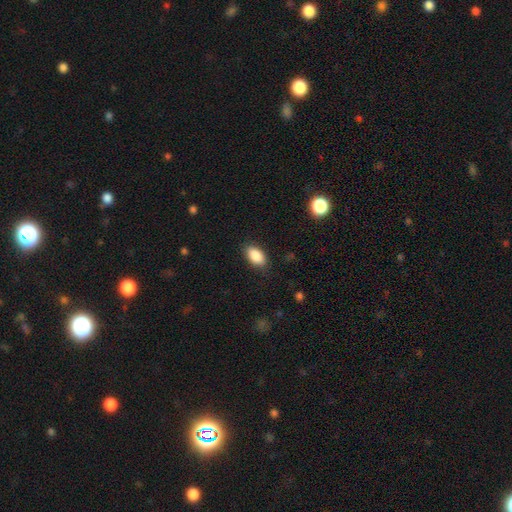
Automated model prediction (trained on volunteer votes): smooth_or_featured: smooth (p=0.88) [alt: star or artifact p=0.07]
how_rounded: in between (p=0.92) [alt: round p=0.05]
merging: none (p=0.84) [alt: minor disturbance p=0.12]